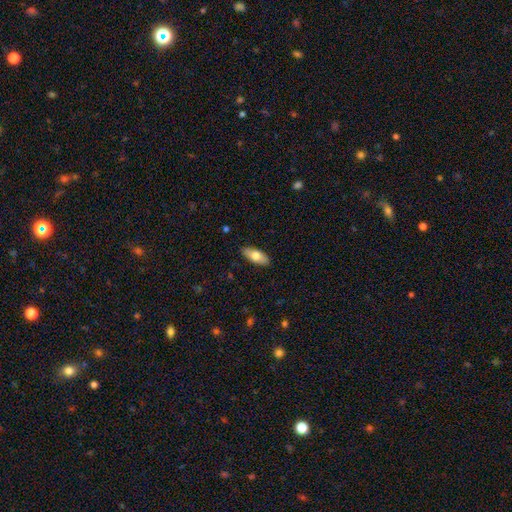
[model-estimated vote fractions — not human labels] Smooth or featured: smooth — 72% (featured or disk — 22%)
How rounded: in between — 81% (cigar-shaped — 17%)
Merging: none — 88% (minor disturbance — 9%)